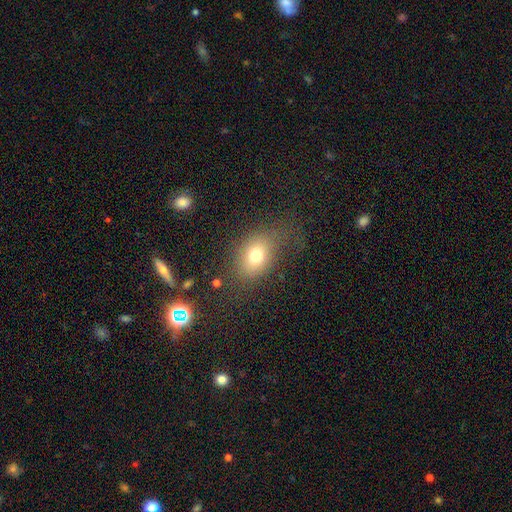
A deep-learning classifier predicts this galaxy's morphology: A smooth galaxy with no disk features (73%) that is in between round and cigar-shaped (65%). Merging: none (61%).